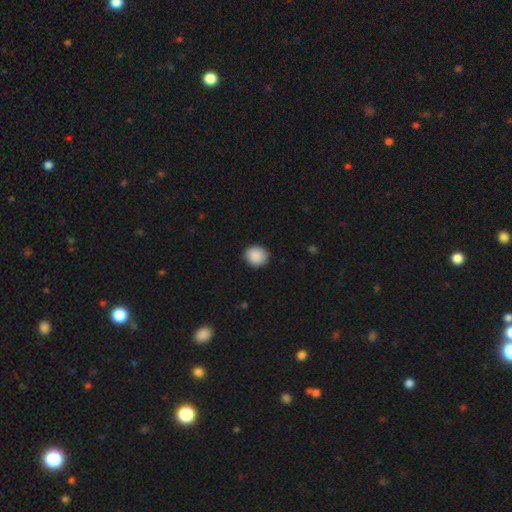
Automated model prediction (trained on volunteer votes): This appears to be a smooth galaxy with no disk features (90%) that is round (80%). Merging: none (89%).